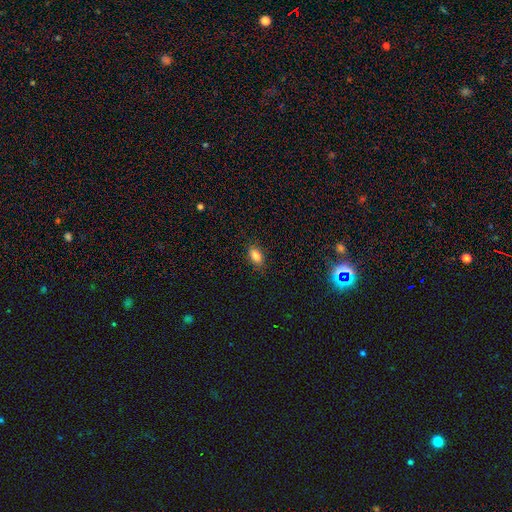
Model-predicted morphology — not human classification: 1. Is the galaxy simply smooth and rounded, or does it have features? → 84% smooth, 10% star or artifact, 6% featured or disk.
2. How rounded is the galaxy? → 87% in between, 9% round, 4% cigar-shaped.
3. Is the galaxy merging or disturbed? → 85% none, 12% minor disturbance, 3% major disturbance, 1% merger.